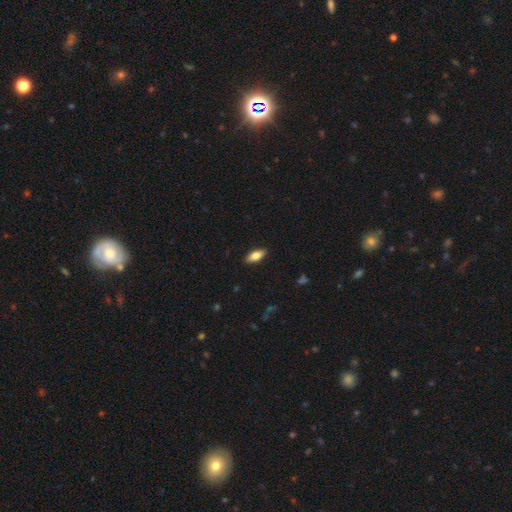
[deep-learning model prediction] Overall: smooth (79%). How rounded: in between (81%). Merging: none (89%).